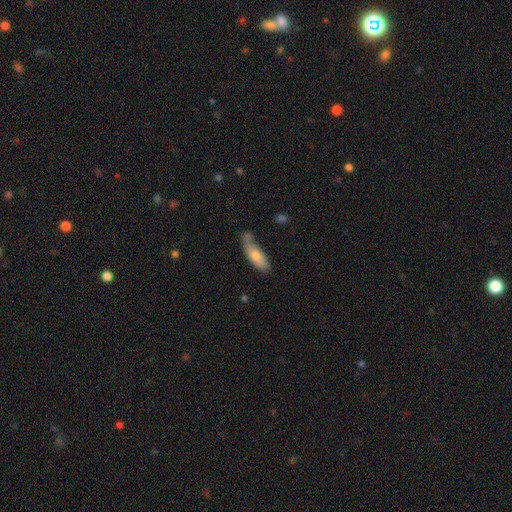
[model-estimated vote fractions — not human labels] A smooth galaxy with no disk features (69%) that is in between round and cigar-shaped (61%). Merging: none (52%).